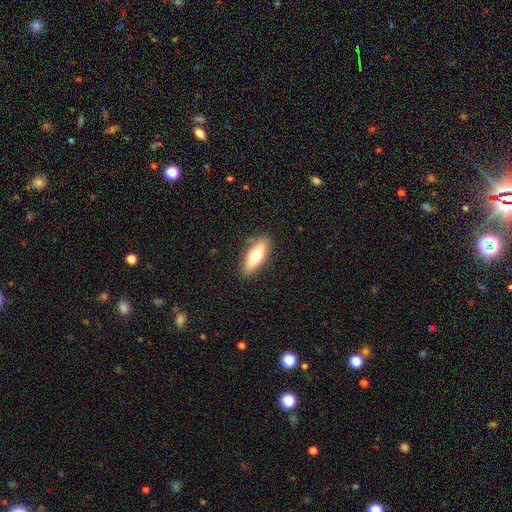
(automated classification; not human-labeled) smooth_or_featured: smooth (p=0.58) [alt: featured or disk p=0.36]
how_rounded: in between (p=0.57) [alt: cigar-shaped p=0.40]
merging: none (p=0.85) [alt: minor disturbance p=0.11]